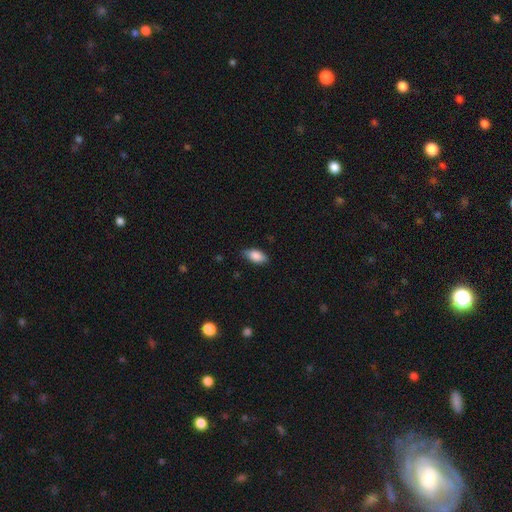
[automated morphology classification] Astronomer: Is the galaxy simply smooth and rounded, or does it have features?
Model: smooth — 86%.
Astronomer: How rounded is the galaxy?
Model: in between — 90%.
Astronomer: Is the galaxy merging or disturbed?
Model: none — 81%.